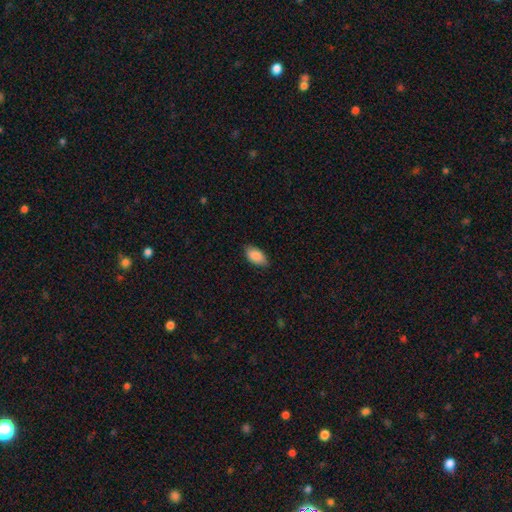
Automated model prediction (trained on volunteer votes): smooth-or-featured: smooth: 89% | star or artifact: 7% | featured or disk: 5%
  how-rounded: in between: 94% | round: 4% | cigar-shaped: 2%
  merging: none: 83% | minor disturbance: 13% | major disturbance: 2% | merger: 1%